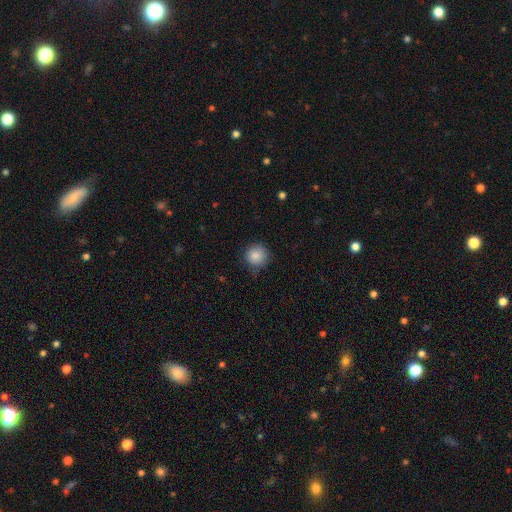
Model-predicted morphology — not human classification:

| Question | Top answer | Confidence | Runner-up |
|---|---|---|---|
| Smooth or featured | smooth | 86% | star or artifact (9%) |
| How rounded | round | 93% | in between (6%) |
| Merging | none | 73% | minor disturbance (21%) |